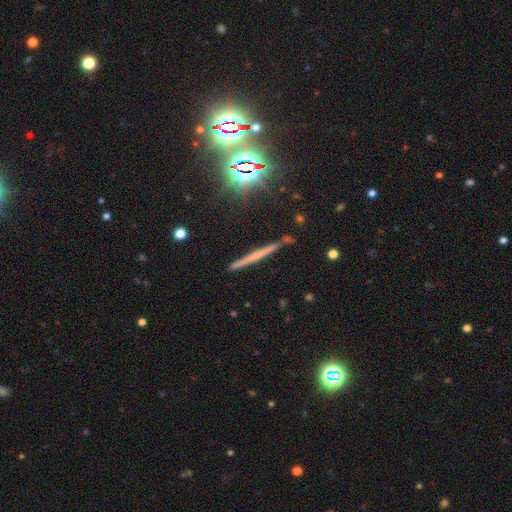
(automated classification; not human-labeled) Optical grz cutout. It shows a featured or disk galaxy (42%). Merging: none (89%).